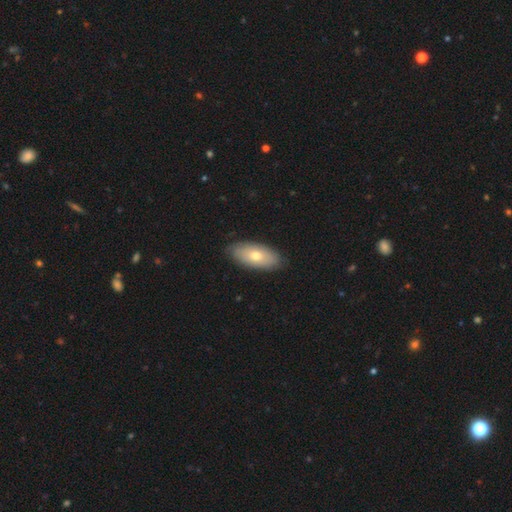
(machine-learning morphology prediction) smooth_or_featured: smooth (p=0.68) [alt: featured or disk p=0.26]
how_rounded: in between (p=0.91) [alt: cigar-shaped p=0.06]
merging: none (p=0.86) [alt: minor disturbance p=0.11]